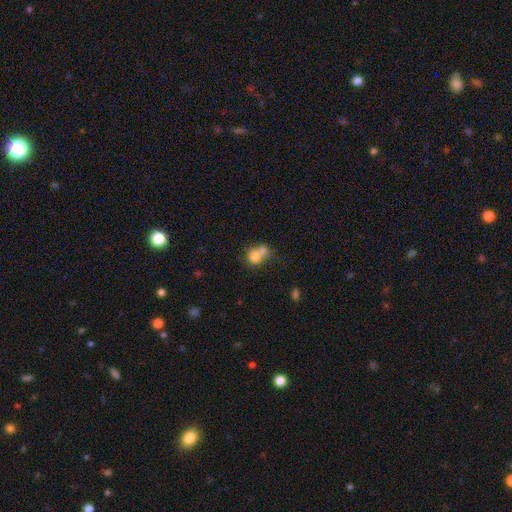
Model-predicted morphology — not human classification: This is likely a smooth galaxy (74%). How rounded: likely round (73%). Merging: likely merger (62%).